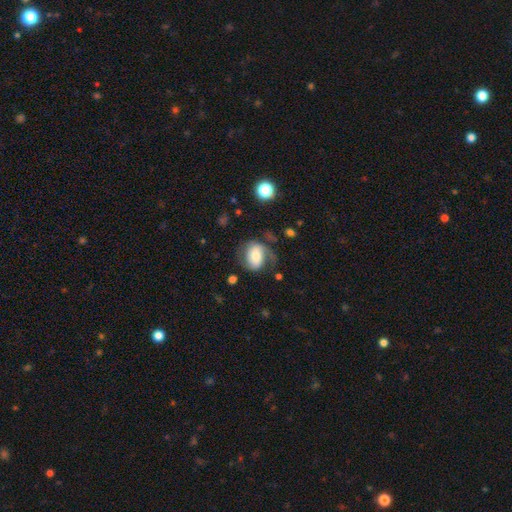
A smooth galaxy with no disk features (47%) that is in between round and cigar-shaped (61%).

Vote fractions:
- Smooth or featured? smooth: 47% / featured or disk: 42% / star or artifact: 11%
- How rounded? in between: 61% / round: 39% / cigar-shaped: 0%
- Merging? none: 47% / minor disturbance: 26% / major disturbance: 24% / merger: 3%